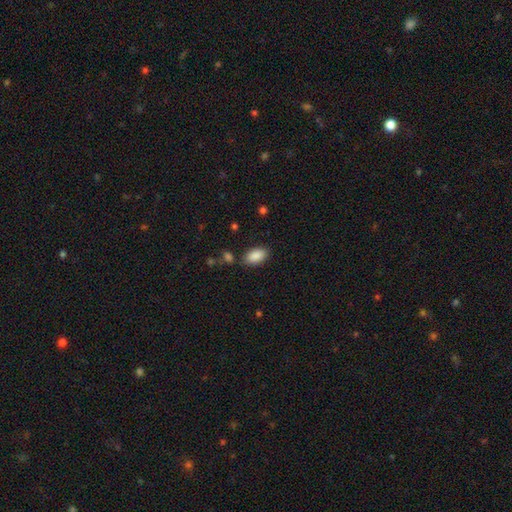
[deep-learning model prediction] Overall: smooth (89%). How rounded: in between (93%). Merging: none (82%).